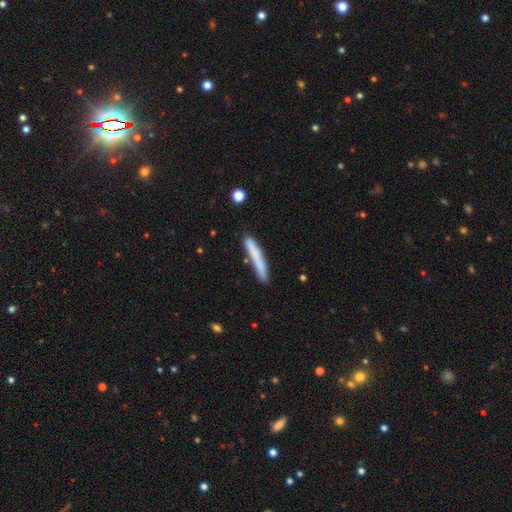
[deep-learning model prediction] A smooth galaxy with no disk features (70%) that is cigar-shaped (95%).

Vote fractions:
- Smooth or featured? smooth: 70% / featured or disk: 23% / star or artifact: 7%
- How rounded? cigar-shaped: 95% / in between: 4% / round: 1%
- Merging? none: 80% / minor disturbance: 13% / merger: 4% / major disturbance: 3%